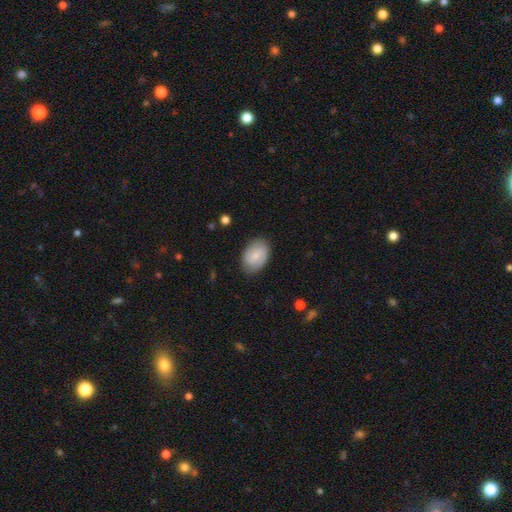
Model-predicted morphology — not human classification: smooth-or-featured: smooth: 62% | featured or disk: 32% | star or artifact: 7%
  how-rounded: in between: 84% | round: 15% | cigar-shaped: 1%
  merging: none: 82% | minor disturbance: 14% | major disturbance: 3% | merger: 1%